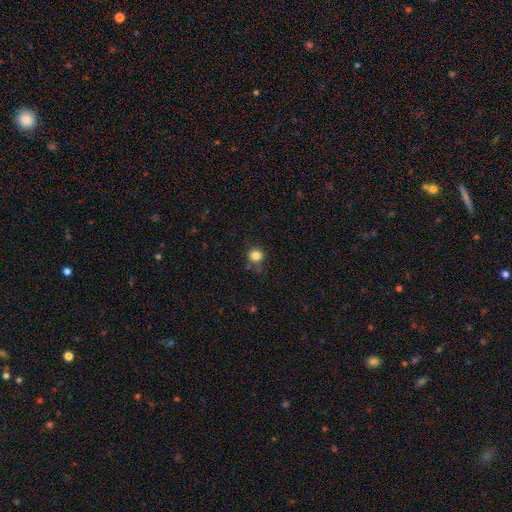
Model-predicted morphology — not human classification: A smooth galaxy with no disk features (83%) that is round (91%). Merging: none (75%).